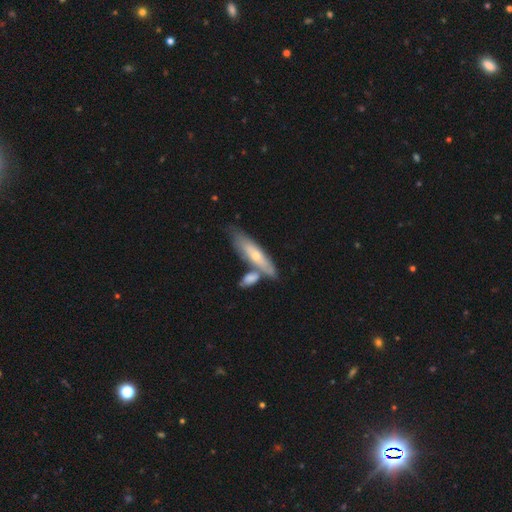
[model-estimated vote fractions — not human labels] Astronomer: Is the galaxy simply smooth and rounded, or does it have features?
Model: smooth — 54% (runner-up: featured or disk, 41%).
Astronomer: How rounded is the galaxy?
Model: cigar-shaped — 66%.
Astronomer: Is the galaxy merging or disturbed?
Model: none — 51% (runner-up: merger, 29%).